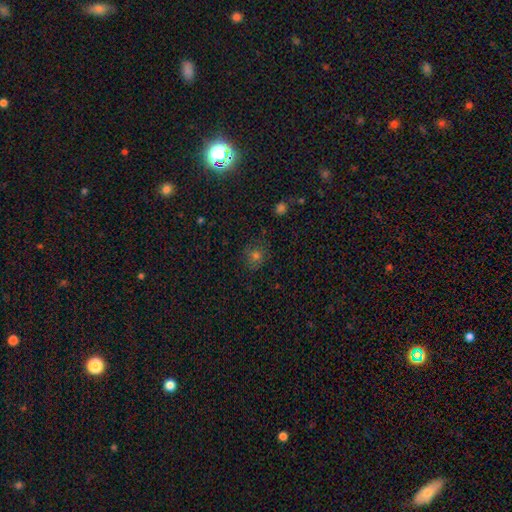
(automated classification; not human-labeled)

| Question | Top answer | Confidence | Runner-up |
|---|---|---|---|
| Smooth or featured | smooth | 55% | star or artifact (34%) |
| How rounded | round | 81% | in between (17%) |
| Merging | none | 80% | minor disturbance (13%) |